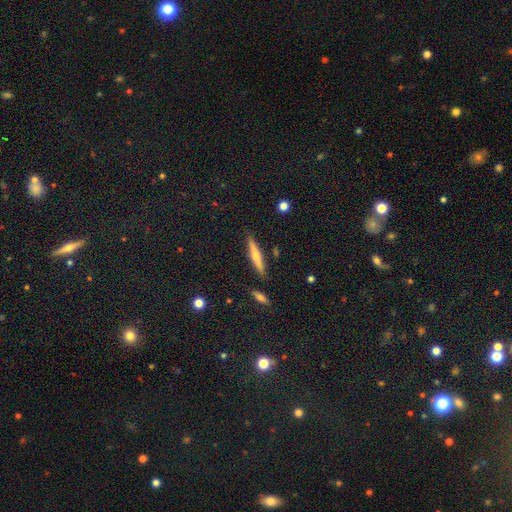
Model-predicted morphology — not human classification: A featured or disk galaxy (52%) viewed edge-on (95%).

Vote fractions:
- Smooth or featured? featured or disk: 52% / smooth: 39% / star or artifact: 10%
- Edge-on disk? yes: 95% / no: 5%
- Merging? none: 88% / minor disturbance: 8% / merger: 3% / major disturbance: 2%